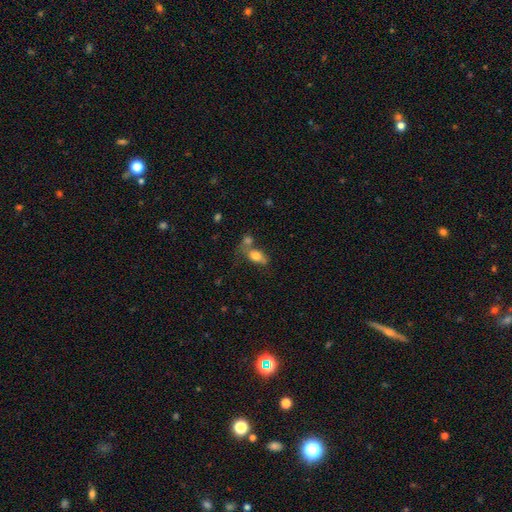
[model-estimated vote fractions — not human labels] A smooth galaxy with no disk features (77%) that is in between round and cigar-shaped (82%).

Vote fractions:
- Smooth or featured? smooth: 77% / featured or disk: 14% / star or artifact: 9%
- How rounded? in between: 82% / round: 12% / cigar-shaped: 6%
- Merging? none: 38% / merger: 37% / minor disturbance: 16% / major disturbance: 9%